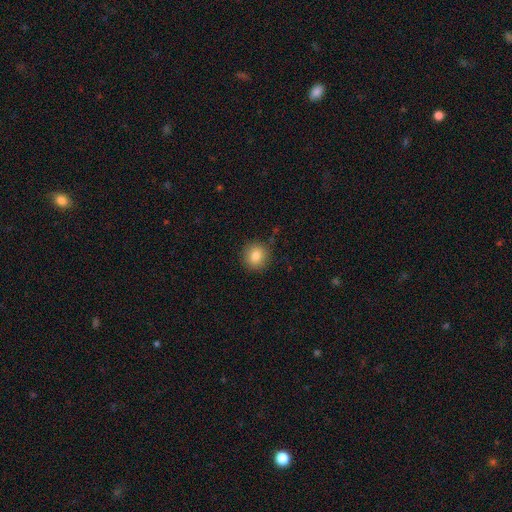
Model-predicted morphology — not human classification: Smooth or featured? Predicted: smooth (p=0.84). How rounded? Predicted: round (p=0.91). Merging? Predicted: none (p=0.88).